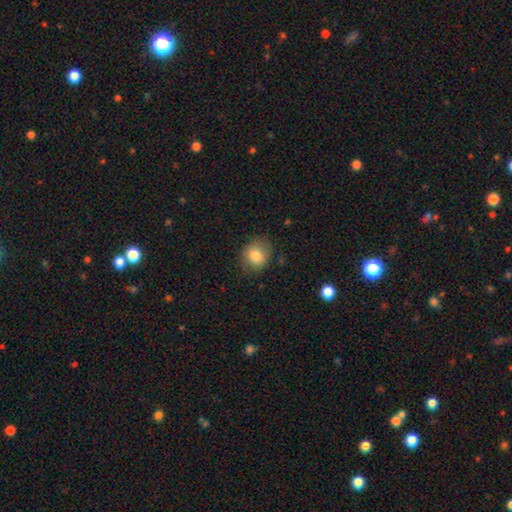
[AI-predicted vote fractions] Morphology: type=smooth (83%); roundness=round (60%); merging=none (72%).